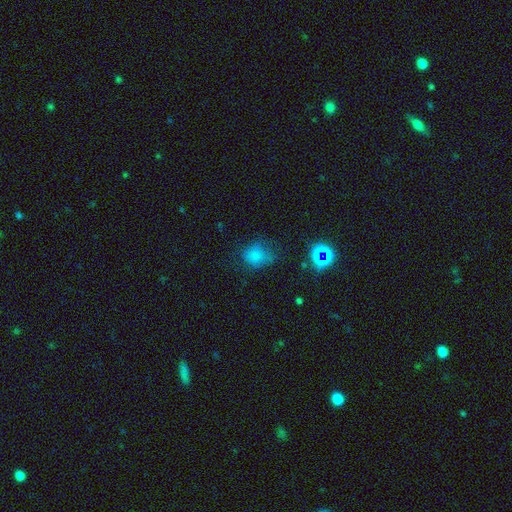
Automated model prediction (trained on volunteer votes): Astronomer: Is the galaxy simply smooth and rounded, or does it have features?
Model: smooth — 71%.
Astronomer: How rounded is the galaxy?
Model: round — 63%.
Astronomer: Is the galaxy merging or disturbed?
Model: none — 54%.